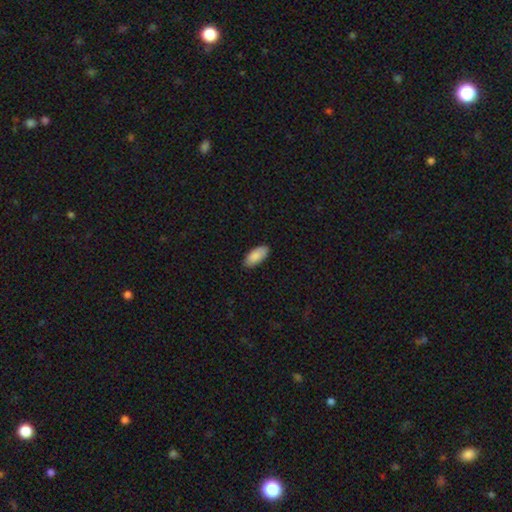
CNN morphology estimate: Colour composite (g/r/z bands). It shows a smooth galaxy with no disk features (89%) that is in between round and cigar-shaped (91%). Merging: none (86%).